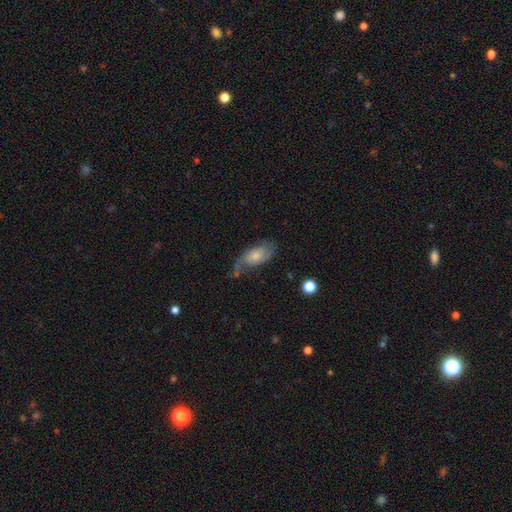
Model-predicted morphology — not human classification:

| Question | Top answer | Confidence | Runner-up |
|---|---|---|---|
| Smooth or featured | featured or disk | 53% | smooth (39%) |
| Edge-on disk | no | 91% | yes (9%) |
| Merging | none | 47% | minor disturbance (29%) |